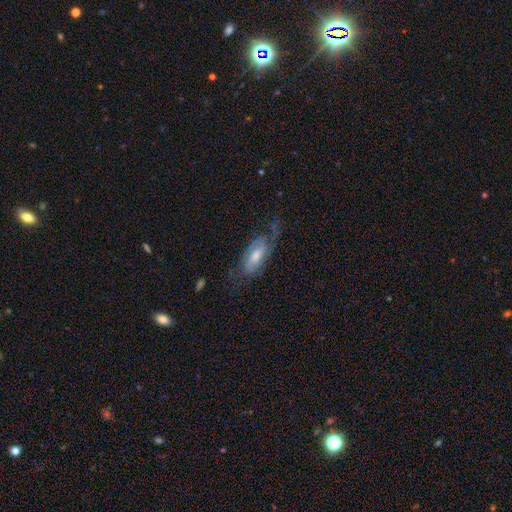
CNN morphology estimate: The model was most divided on "bar" (2-way tie): weak: 43%, no: 43%, strong: 14%. Remaining: edge-on disk — no (89%); spiral arms — yes (84%); smooth or featured — featured or disk (65%); bulge size — moderate (56%); merging — none (49%).